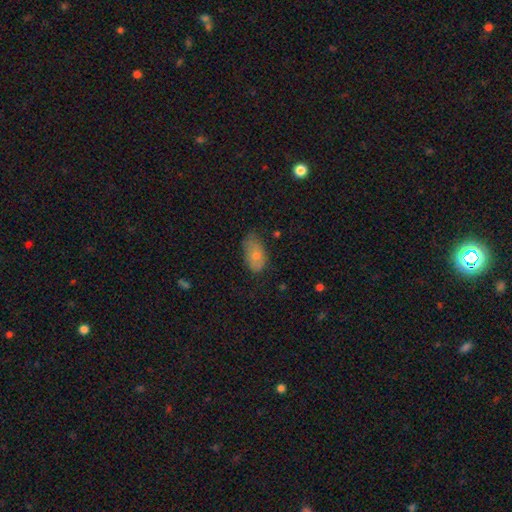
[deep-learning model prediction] Smooth or featured?
  - smooth: 73% *
  - featured or disk: 19%
  - star or artifact: 8%
How rounded?
  - in between: 92% *
  - round: 6%
  - cigar-shaped: 2%
Merging?
  - none: 53% *
  - minor disturbance: 36%
  - major disturbance: 9%
  - merger: 2%